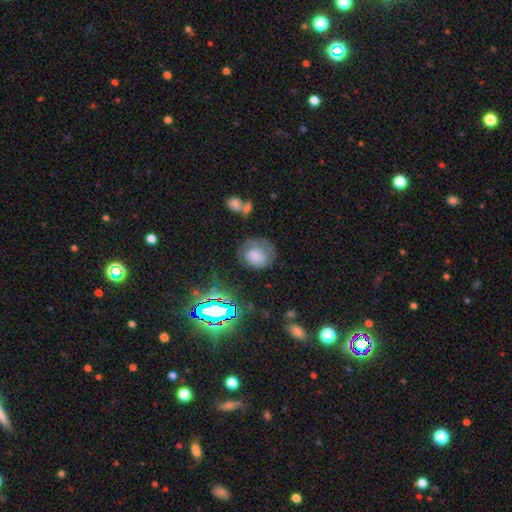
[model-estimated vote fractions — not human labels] Smooth or featured: smooth — 51% (featured or disk — 35%)
How rounded: round — 62% (in between — 37%)
Merging: none — 54% (minor disturbance — 25%)